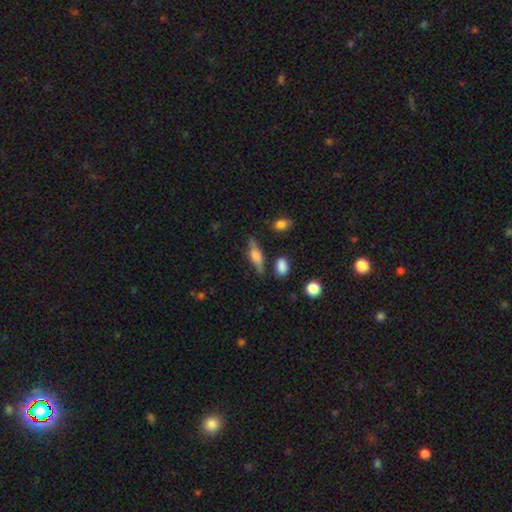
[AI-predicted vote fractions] Q: Smooth or featured?
A: smooth (47%); runner-up: featured or disk (44%)
Q: Merging?
A: none (73%); runner-up: minor disturbance (17%)